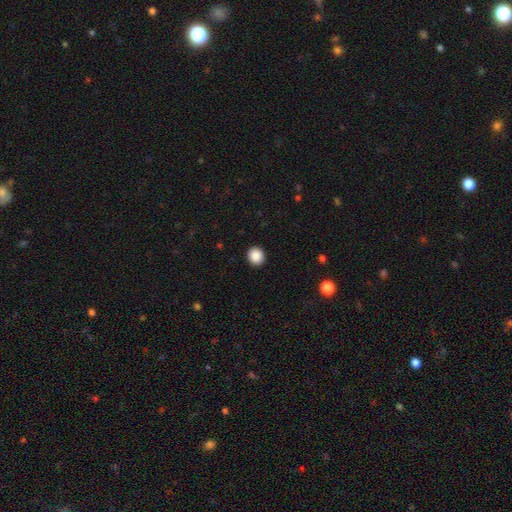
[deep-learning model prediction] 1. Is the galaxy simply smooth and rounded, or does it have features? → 89% smooth, 9% star or artifact, 3% featured or disk.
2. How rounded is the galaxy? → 83% round, 16% in between, 1% cigar-shaped.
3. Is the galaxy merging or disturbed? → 92% none, 5% minor disturbance, 2% major disturbance, 1% merger.